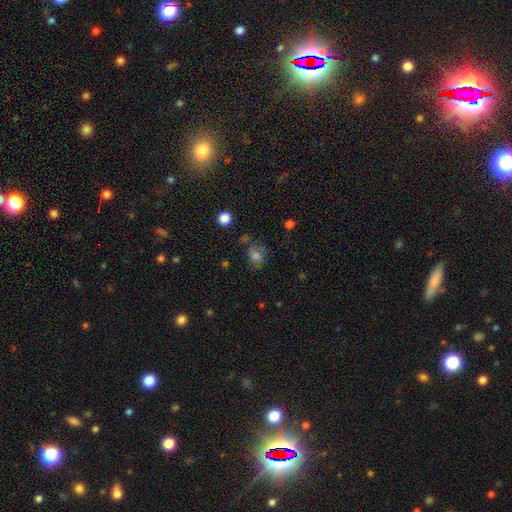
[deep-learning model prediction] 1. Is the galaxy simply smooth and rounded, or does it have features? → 73% smooth, 15% star or artifact, 12% featured or disk.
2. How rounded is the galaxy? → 66% round, 33% in between, 1% cigar-shaped.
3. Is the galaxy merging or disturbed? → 60% none, 23% minor disturbance, 11% major disturbance, 6% merger.